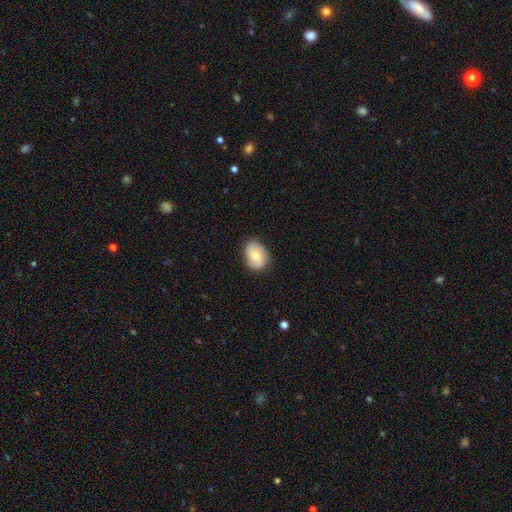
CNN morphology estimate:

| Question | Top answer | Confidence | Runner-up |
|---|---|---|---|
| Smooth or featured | smooth | 57% | featured or disk (36%) |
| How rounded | in between | 71% | round (28%) |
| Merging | none | 78% | minor disturbance (17%) |